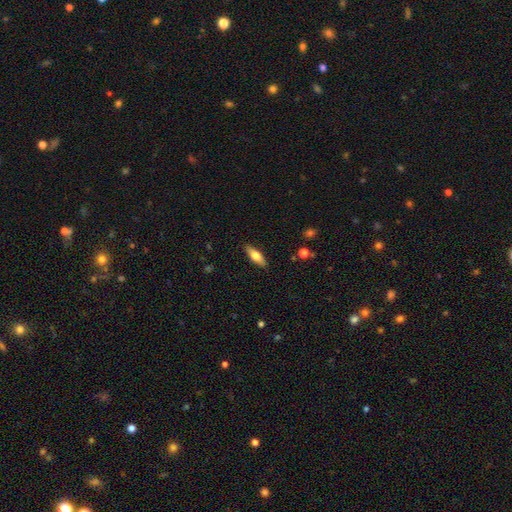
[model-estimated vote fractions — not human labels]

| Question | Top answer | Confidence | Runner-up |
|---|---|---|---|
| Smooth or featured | smooth | 64% | featured or disk (30%) |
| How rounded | in between | 54% | cigar-shaped (43%) |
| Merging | none | 88% | minor disturbance (9%) |